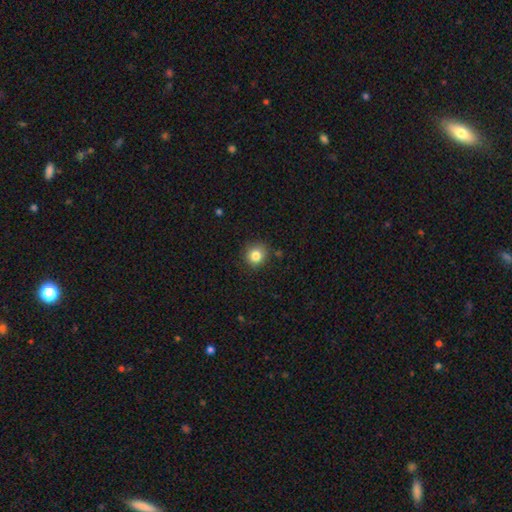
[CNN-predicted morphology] Smooth or featured: smooth — 83% (star or artifact — 11%)
How rounded: round — 91% (in between — 9%)
Merging: none — 86% (minor disturbance — 10%)